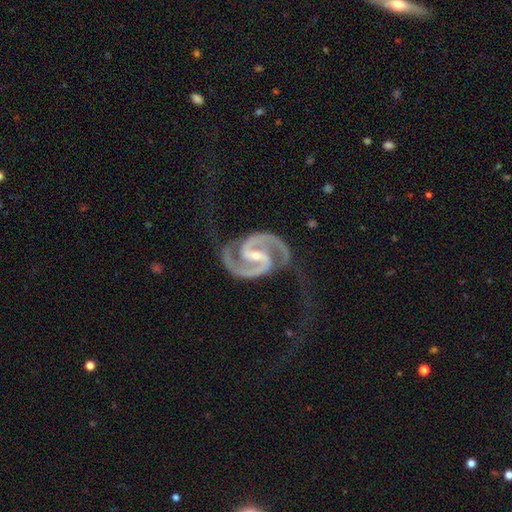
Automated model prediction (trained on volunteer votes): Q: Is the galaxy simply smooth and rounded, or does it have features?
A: featured or disk — 95%.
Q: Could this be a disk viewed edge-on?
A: no — 98%.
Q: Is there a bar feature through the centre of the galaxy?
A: strong — 55%.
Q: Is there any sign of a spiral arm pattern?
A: yes — 99%.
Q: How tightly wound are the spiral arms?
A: medium — 61%.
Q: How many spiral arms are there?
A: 2 — 95%.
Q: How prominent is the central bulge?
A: small — 63%.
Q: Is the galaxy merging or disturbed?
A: none — 66%.